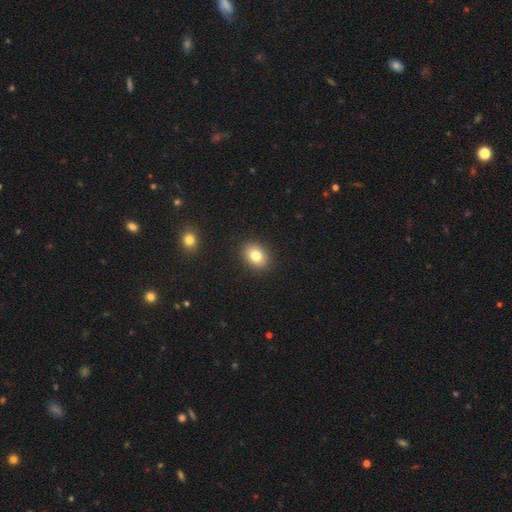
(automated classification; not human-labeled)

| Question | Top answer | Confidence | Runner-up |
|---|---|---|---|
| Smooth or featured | smooth | 81% | star or artifact (10%) |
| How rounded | in between | 61% | round (38%) |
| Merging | none | 90% | minor disturbance (7%) |